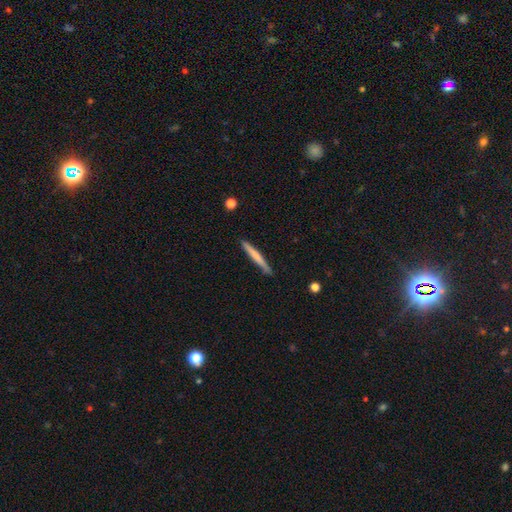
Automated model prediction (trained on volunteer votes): This appears to be a smooth galaxy with no disk features (62%) that is cigar-shaped (96%). Merging: none (87%).